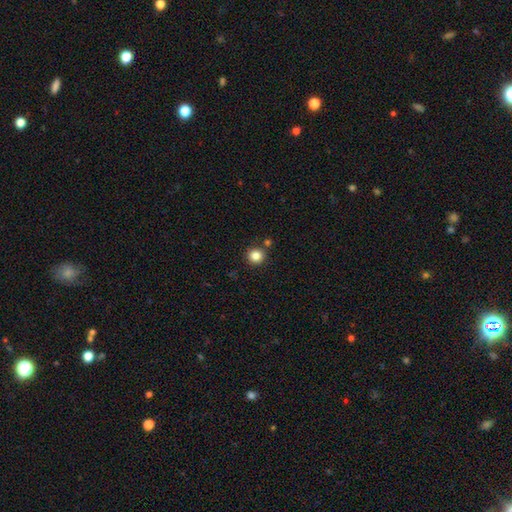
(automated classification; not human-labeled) smooth-or-featured: smooth: 84% | star or artifact: 12% | featured or disk: 4%
  how-rounded: round: 93% | in between: 6% | cigar-shaped: 1%
  merging: none: 86% | minor disturbance: 6% | merger: 6% | major disturbance: 2%